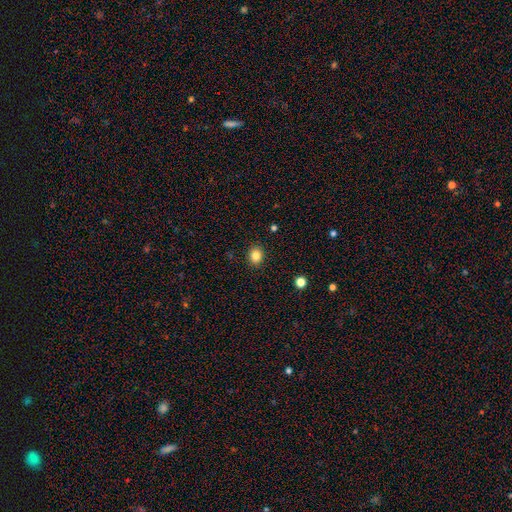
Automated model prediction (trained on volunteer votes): Q: Smooth or featured?
A: smooth (84%); runner-up: star or artifact (11%)
Q: How rounded?
A: round (65%); runner-up: in between (34%)
Q: Merging?
A: none (90%); runner-up: minor disturbance (7%)